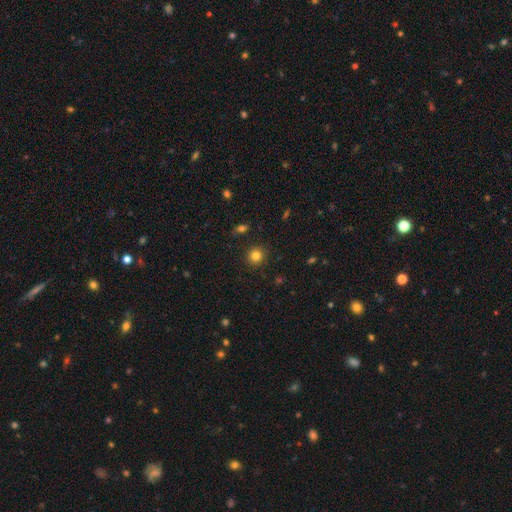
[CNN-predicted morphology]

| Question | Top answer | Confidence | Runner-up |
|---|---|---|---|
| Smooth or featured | smooth | 82% | star or artifact (13%) |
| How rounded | round | 92% | in between (7%) |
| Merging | none | 90% | minor disturbance (6%) |